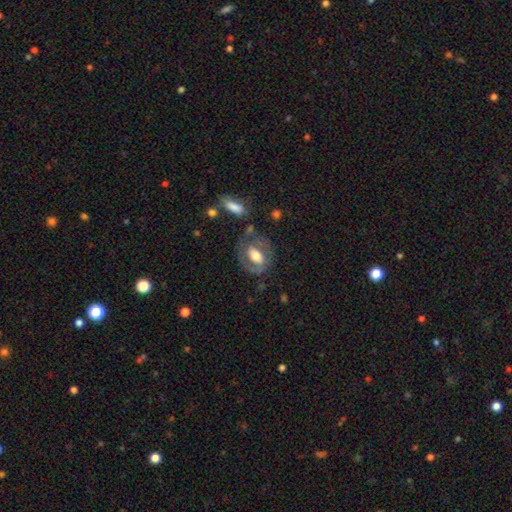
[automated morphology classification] This is possibly a featured or disk galaxy (56%). It is clearly not viewed edge-on (94%). Bar: possibly no (47%). Spiral arm pattern: possibly no (51%). Central bulge: possibly moderate (52%). Merging: likely none (62%).